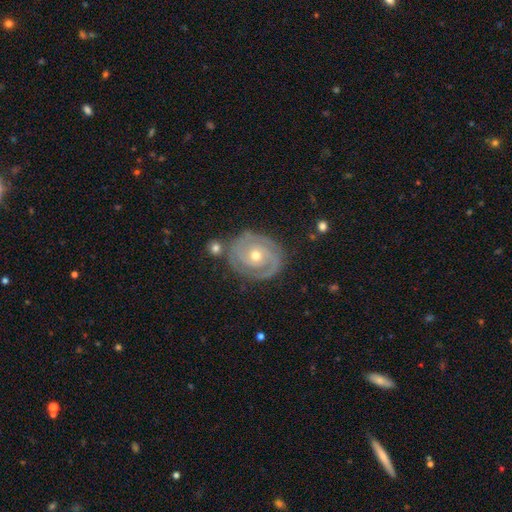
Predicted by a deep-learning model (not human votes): Smooth or featured? featured or disk (89%)
Edge-on disk? no (98%)
Bar? no (73%)
Spiral arms? yes (96%)
Spiral winding? tight (77%)
Spiral arm count? 2 (69%)
Bulge size? moderate (58%)
Merging? none (79%)